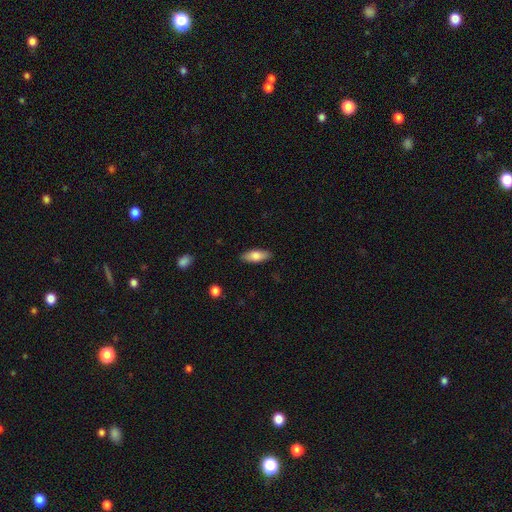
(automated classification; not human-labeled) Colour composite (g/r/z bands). It shows a smooth galaxy with no disk features (79%) that is in between round and cigar-shaped (72%). Merging: none (88%).